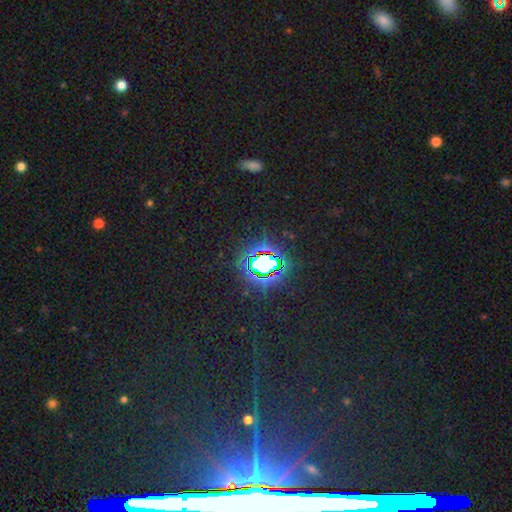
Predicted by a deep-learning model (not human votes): A star or artifact, not a galaxy (81%).

Vote fractions:
- Smooth or featured? star or artifact: 81% / smooth: 11% / featured or disk: 8%